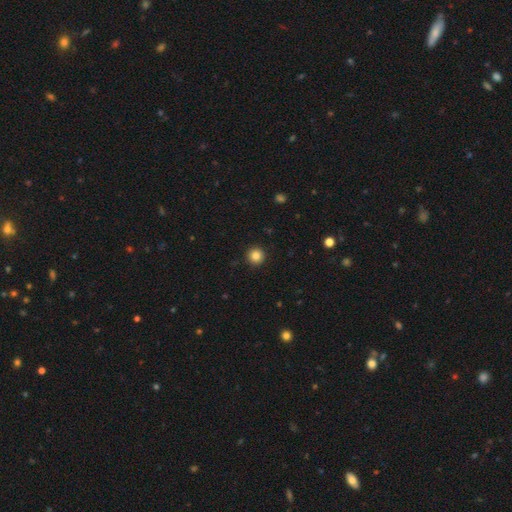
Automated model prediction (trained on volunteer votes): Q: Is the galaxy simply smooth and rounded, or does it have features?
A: smooth — 85%.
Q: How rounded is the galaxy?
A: round — 96%.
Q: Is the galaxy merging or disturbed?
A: none — 93%.